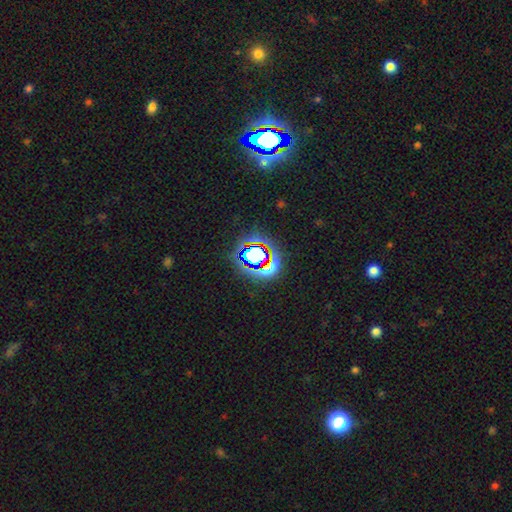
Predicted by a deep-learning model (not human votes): A star or artifact, not a galaxy (65%).

Vote fractions:
- Smooth or featured? star or artifact: 65% / smooth: 21% / featured or disk: 14%